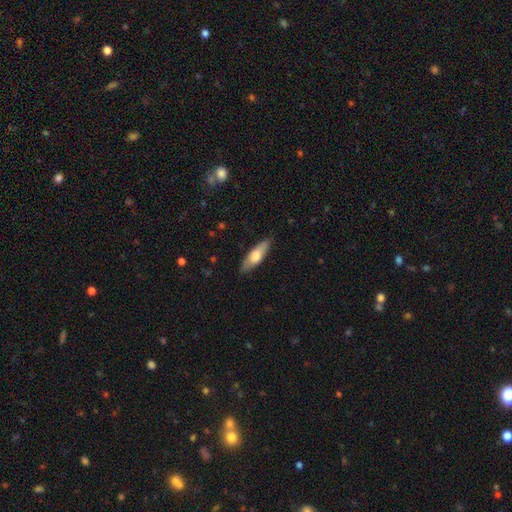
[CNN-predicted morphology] Smooth or featured? Predicted: smooth (p=0.62). How rounded? Predicted: in between (p=0.49, tied with cigar-shaped). Merging? Predicted: none (p=0.85).